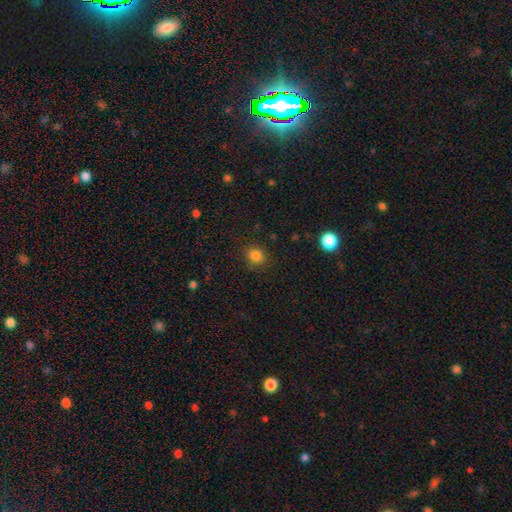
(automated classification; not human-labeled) Q: Smooth or featured?
A: smooth (83%); runner-up: star or artifact (13%)
Q: How rounded?
A: round (83%); runner-up: in between (16%)
Q: Merging?
A: none (88%); runner-up: minor disturbance (8%)